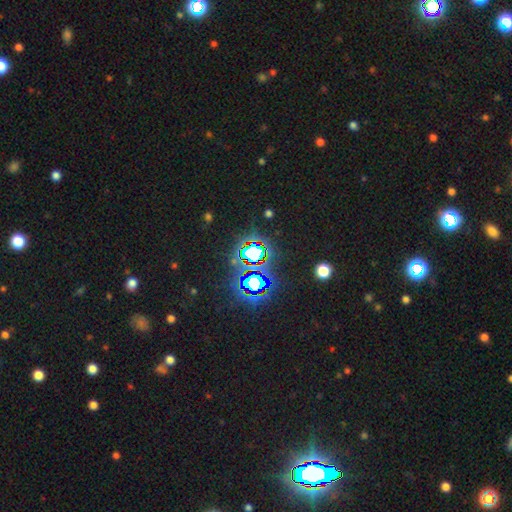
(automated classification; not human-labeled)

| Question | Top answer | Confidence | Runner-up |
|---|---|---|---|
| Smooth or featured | star or artifact | 80% | smooth (12%) |